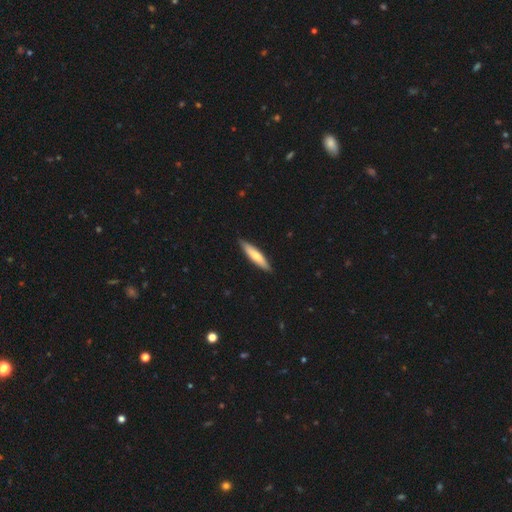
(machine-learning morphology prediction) Smooth or featured?
  - smooth: 69% *
  - featured or disk: 26%
  - star or artifact: 5%
How rounded?
  - cigar-shaped: 82% *
  - in between: 17%
  - round: 1%
Merging?
  - none: 88% *
  - minor disturbance: 9%
  - major disturbance: 1%
  - merger: 1%